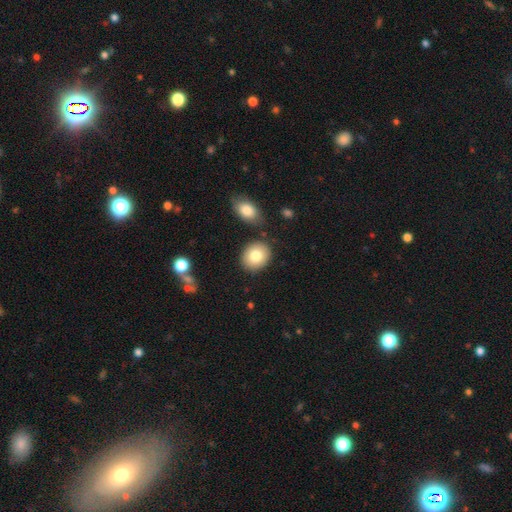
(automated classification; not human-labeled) smooth_or_featured: smooth (p=0.81) [alt: featured or disk p=0.11]
how_rounded: round (p=0.62) [alt: in between p=0.37]
merging: none (p=0.81) [alt: minor disturbance p=0.09]